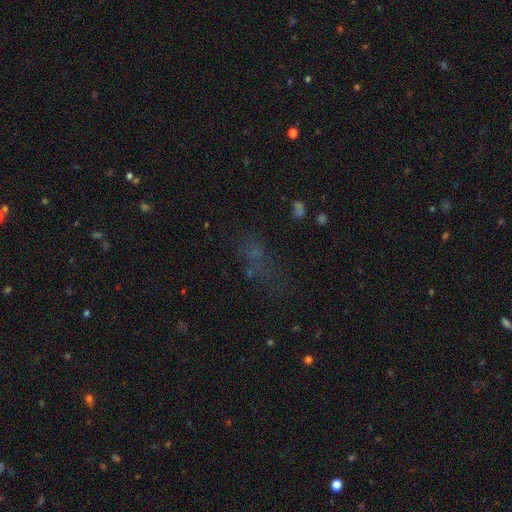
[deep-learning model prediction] The model was most divided on "smooth or featured": smooth: 42%, star or artifact: 39%, featured or disk: 19%. More confident: merging — none (54%).